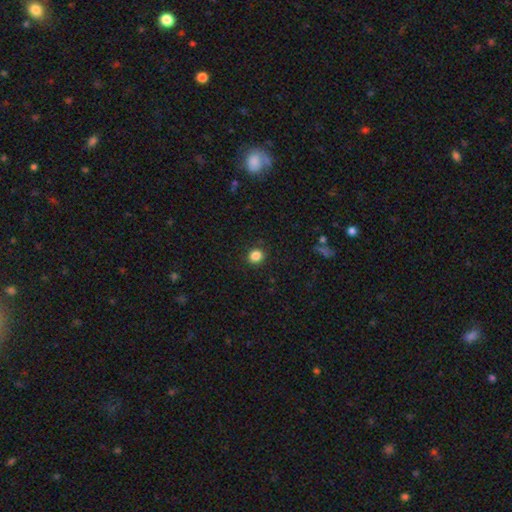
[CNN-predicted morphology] Smooth or featured: smooth — 85% (star or artifact — 11%)
How rounded: round — 82% (in between — 17%)
Merging: none — 90% (minor disturbance — 7%)